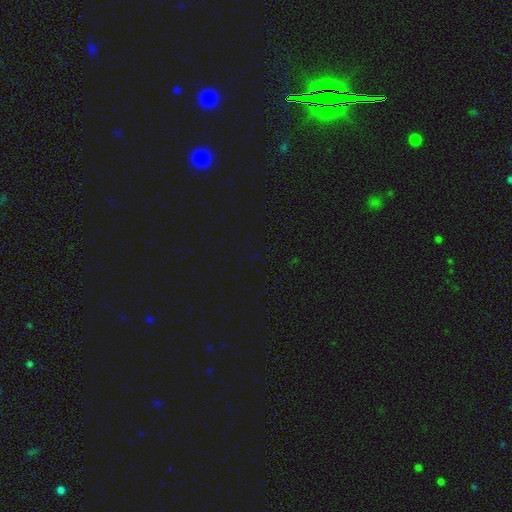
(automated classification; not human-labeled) smooth_or_featured: star or artifact (p=0.74) [alt: smooth p=0.19]